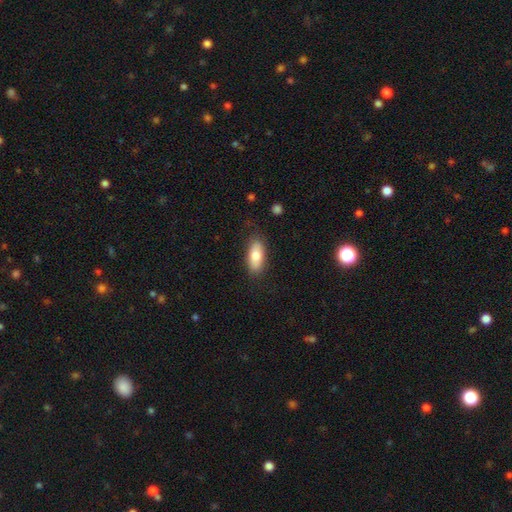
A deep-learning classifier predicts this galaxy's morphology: smooth-or-featured: smooth: 78% | featured or disk: 16% | star or artifact: 6%
  how-rounded: in between: 84% | cigar-shaped: 13% | round: 3%
  merging: none: 82% | minor disturbance: 13% | major disturbance: 3% | merger: 1%